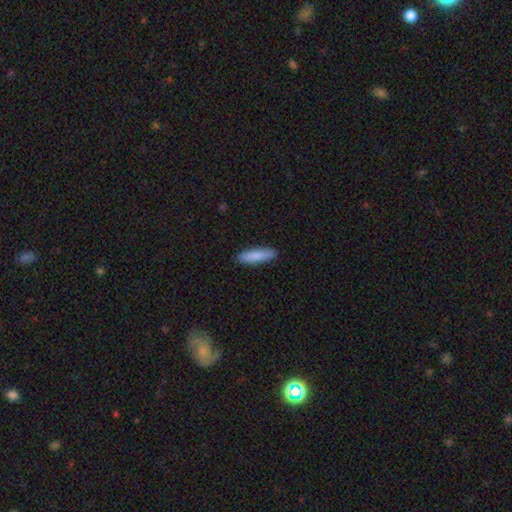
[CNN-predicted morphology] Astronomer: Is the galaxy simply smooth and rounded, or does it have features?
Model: smooth — 85%.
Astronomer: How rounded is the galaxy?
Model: cigar-shaped — 73%.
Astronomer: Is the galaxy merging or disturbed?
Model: none — 90%.